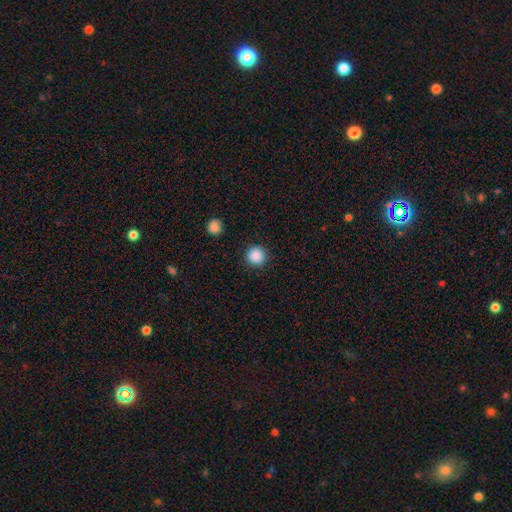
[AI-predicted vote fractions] Smooth or featured? smooth (88%)
How rounded? round (96%)
Merging? none (92%)